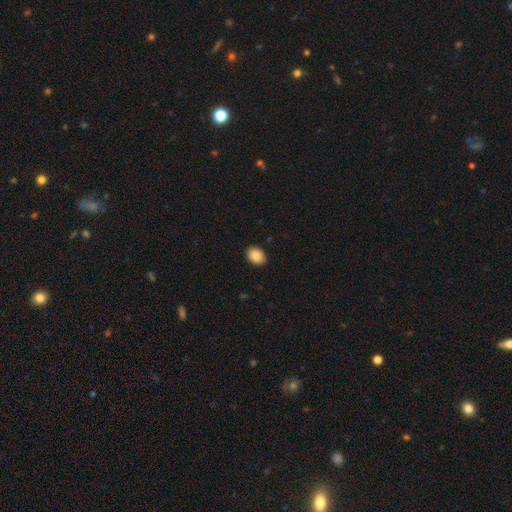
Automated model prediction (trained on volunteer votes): Morphology: type=smooth (89%); roundness=in between (73%); merging=none (90%).